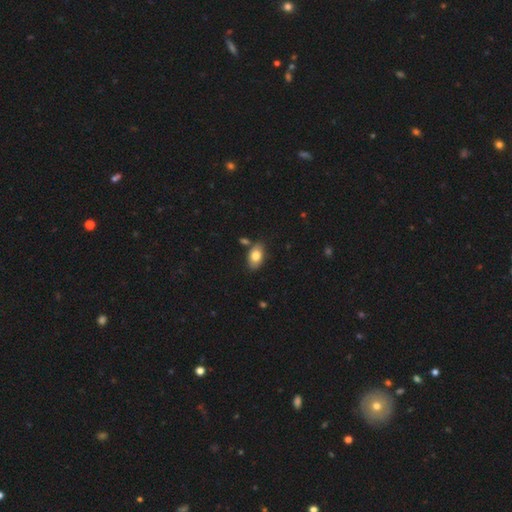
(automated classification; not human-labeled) Overall: smooth (79%). How rounded: in between (91%). Merging: none (76%).